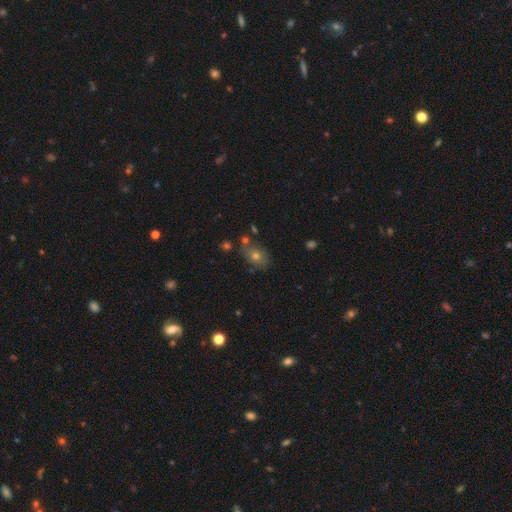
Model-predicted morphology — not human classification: The model was most divided on "how rounded": in between: 62%, round: 36%, cigar-shaped: 2%. More confident: merging — none (70%); smooth or featured — smooth (58%).